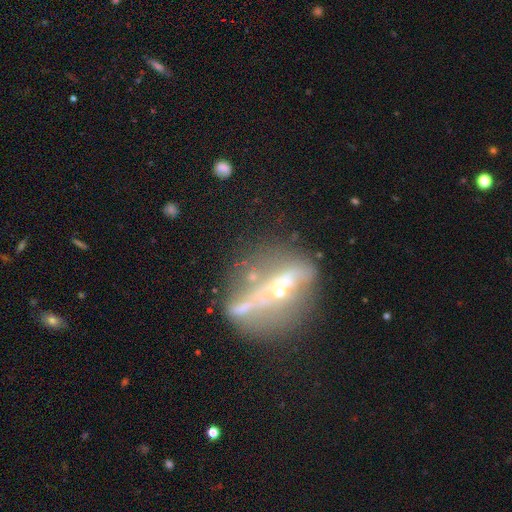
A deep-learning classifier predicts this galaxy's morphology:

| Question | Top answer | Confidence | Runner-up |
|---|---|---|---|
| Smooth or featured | featured or disk | 66% | smooth (20%) |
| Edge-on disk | no | 54% | yes (46%) |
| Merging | none | 45% | merger (19%) |